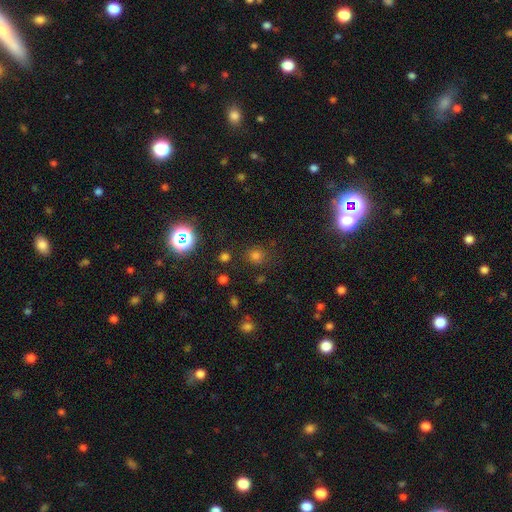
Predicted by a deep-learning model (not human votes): This appears to be a smooth galaxy with no disk features (63%) that is round (85%). Merging: none (80%).